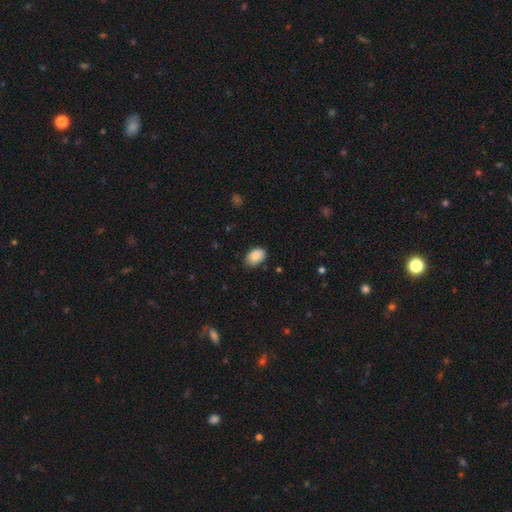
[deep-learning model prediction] Smooth or featured? smooth (86%)
How rounded? in between (88%)
Merging? none (79%)